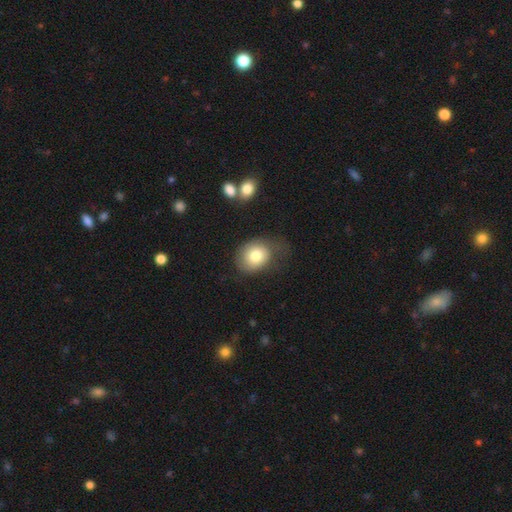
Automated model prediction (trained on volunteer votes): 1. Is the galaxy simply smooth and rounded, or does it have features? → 78% smooth, 14% featured or disk, 8% star or artifact.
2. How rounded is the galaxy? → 50% round, 49% in between, 1% cigar-shaped.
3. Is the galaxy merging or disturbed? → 54% none, 27% minor disturbance, 16% major disturbance, 4% merger.